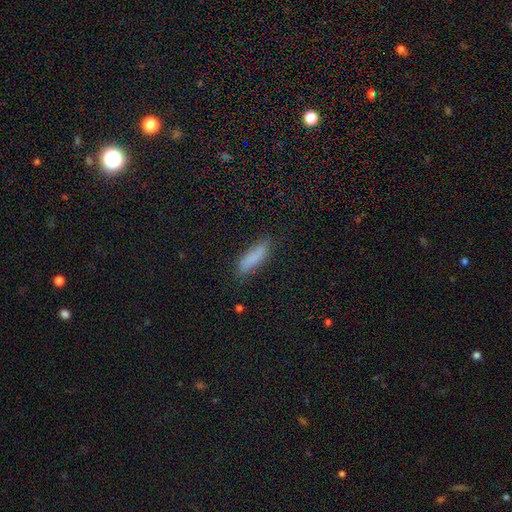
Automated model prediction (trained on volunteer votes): Smooth or featured? smooth (83%)
How rounded? cigar-shaped (59%)
Merging? none (79%)